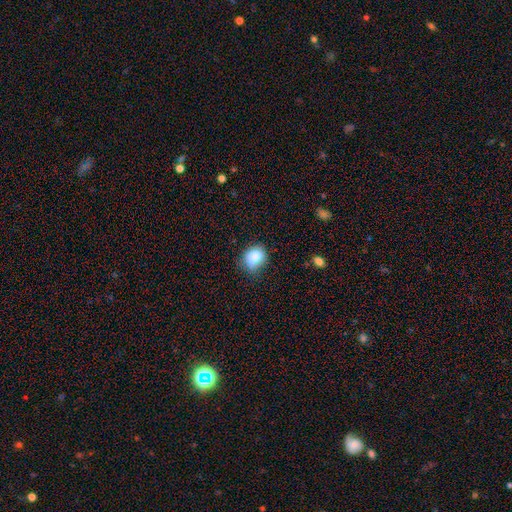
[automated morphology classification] A smooth galaxy with no disk features (83%) that is round (52%).

Vote fractions:
- Smooth or featured? smooth: 83% / star or artifact: 10% / featured or disk: 7%
- How rounded? round: 52% / in between: 47% / cigar-shaped: 1%
- Merging? none: 68% / minor disturbance: 25% / major disturbance: 5% / merger: 2%